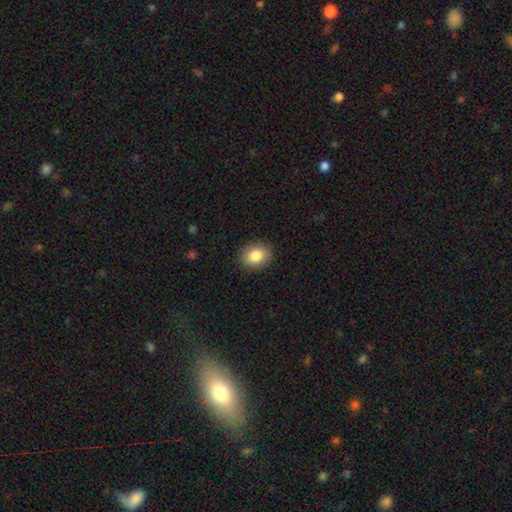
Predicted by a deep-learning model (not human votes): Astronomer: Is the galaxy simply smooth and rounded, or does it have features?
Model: smooth — 85%.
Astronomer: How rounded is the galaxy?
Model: in between — 51% (runner-up: round, 48%).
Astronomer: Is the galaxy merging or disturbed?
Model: none — 89%.